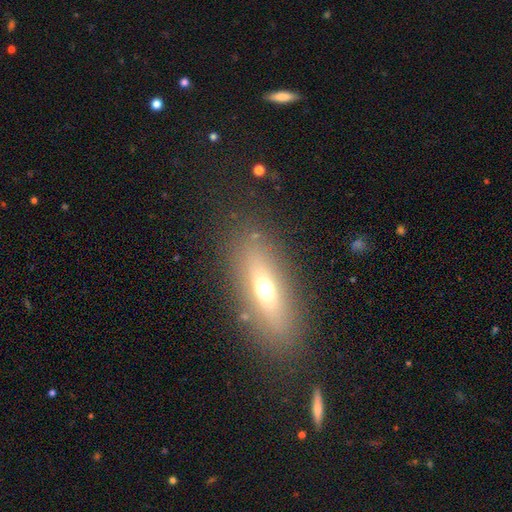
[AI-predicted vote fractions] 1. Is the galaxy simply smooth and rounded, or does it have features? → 53% smooth, 35% featured or disk, 12% star or artifact.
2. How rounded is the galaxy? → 55% in between, 40% cigar-shaped, 5% round.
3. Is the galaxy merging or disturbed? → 81% none, 11% minor disturbance, 5% major disturbance, 3% merger.